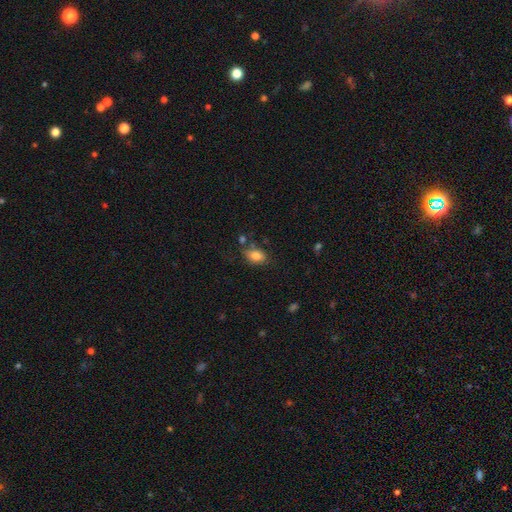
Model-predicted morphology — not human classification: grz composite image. It shows a smooth galaxy with no disk features (82%) that is in between round and cigar-shaped (84%). Merging: none (66%).